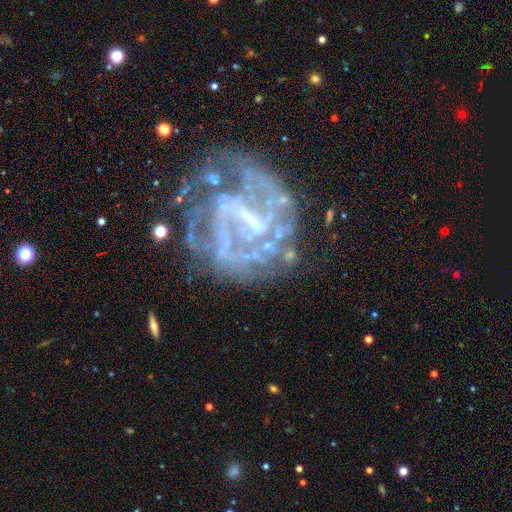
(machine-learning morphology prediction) Smooth or featured? Predicted: featured or disk (p=0.83). Edge-on disk? Predicted: no (p=0.98). Bar? Predicted: strong (p=0.46). Spiral arms? Predicted: yes (p=0.76). Spiral winding? Predicted: medium (p=0.42). Spiral arm count? Predicted: 2 (p=0.34). Bulge size? Predicted: small (p=0.41). Merging? Predicted: none (p=0.48).